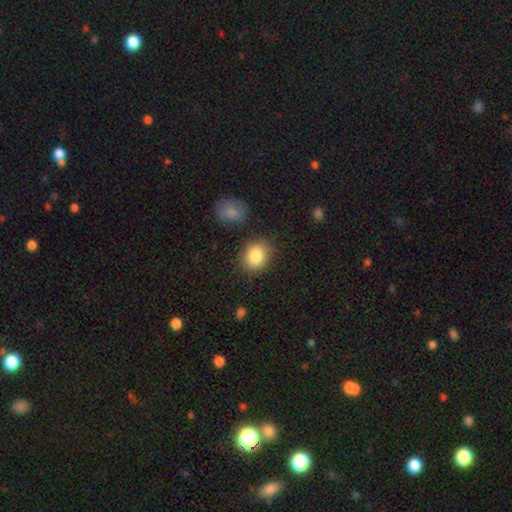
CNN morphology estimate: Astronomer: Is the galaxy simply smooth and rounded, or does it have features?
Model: smooth — 85%.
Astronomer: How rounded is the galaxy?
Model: round — 53% (runner-up: in between, 46%).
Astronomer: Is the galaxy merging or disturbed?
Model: none — 81%.